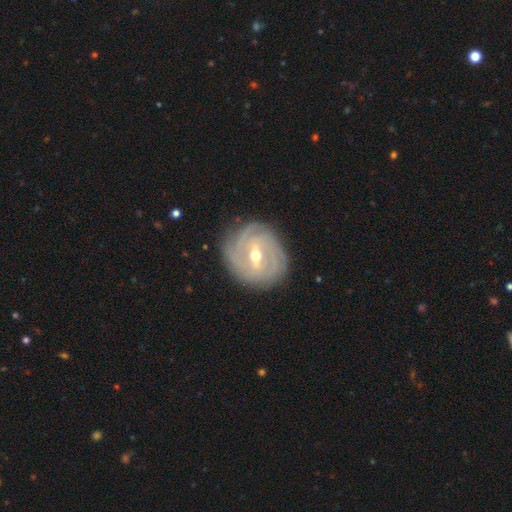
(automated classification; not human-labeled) Overall: featured or disk (86%). Edge-on disk: no (96%). Bar: weak (48%; strong 39%). Spiral arms: yes (95%). Spiral arm count: 3 (29%; can't tell 25%). Spiral winding: tight (75%). Bulge size: moderate (61%; small 36%). Merging: none (82%).